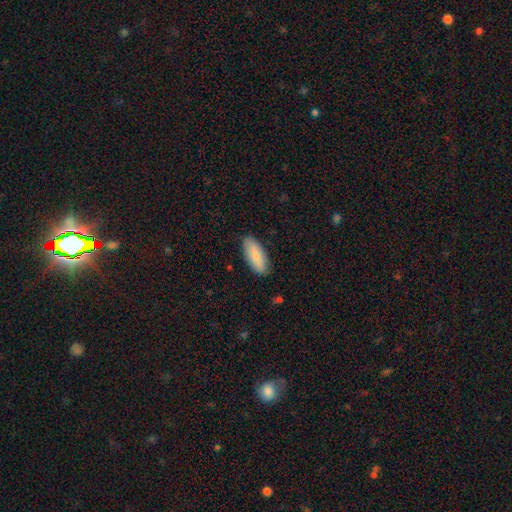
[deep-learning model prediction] A smooth galaxy with no disk features (82%) that is in between round and cigar-shaped (78%).

Vote fractions:
- Smooth or featured? smooth: 82% / featured or disk: 12% / star or artifact: 6%
- How rounded? in between: 78% / cigar-shaped: 20% / round: 2%
- Merging? none: 86% / minor disturbance: 11% / major disturbance: 2% / merger: 1%